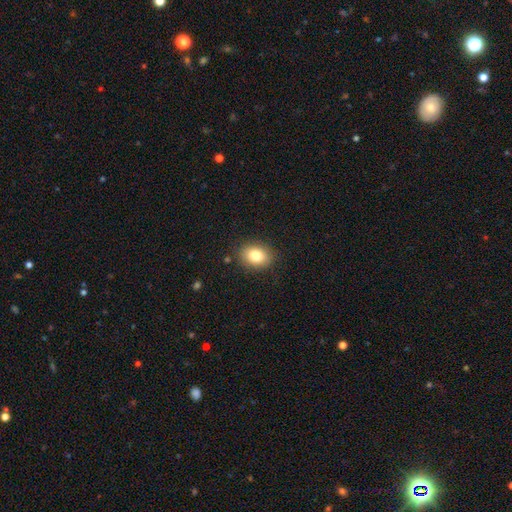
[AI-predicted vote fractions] smooth 82%, featured or disk 9%, star or artifact 9%. Down the decision tree: how rounded — in between (64%); merging — none (86%).